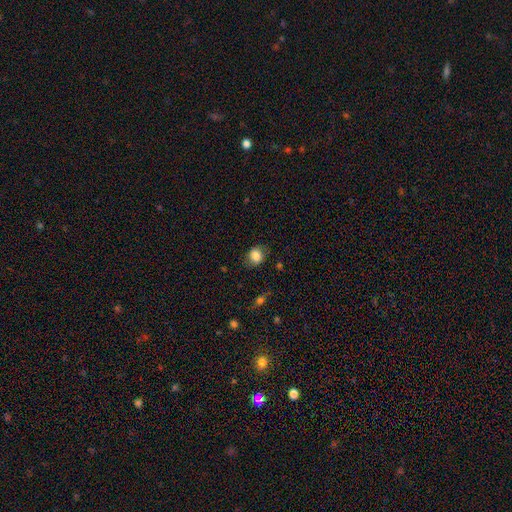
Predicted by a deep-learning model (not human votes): A smooth galaxy with no disk features (83%) that is round (60%). Merging: none (78%).